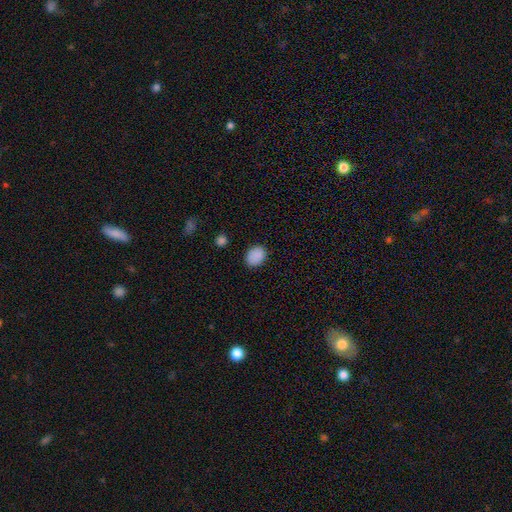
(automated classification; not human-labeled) Smooth or featured? smooth (88%)
How rounded? in between (66%)
Merging? none (85%)